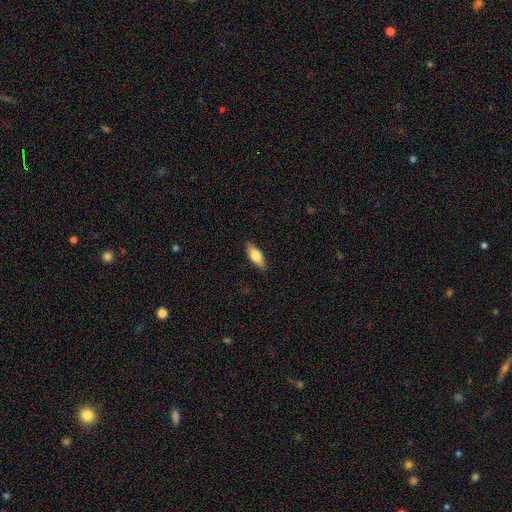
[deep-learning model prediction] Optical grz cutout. It shows a smooth galaxy with no disk features (76%) that is in between round and cigar-shaped (73%). Merging: none (87%).